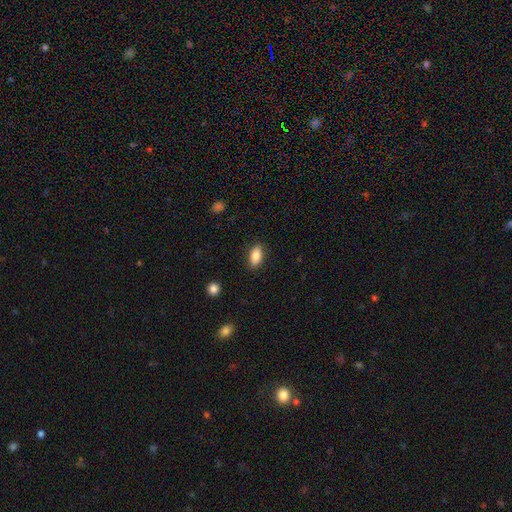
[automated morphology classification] A smooth galaxy with no disk features (85%) that is in between round and cigar-shaped (90%). Merging: none (87%).